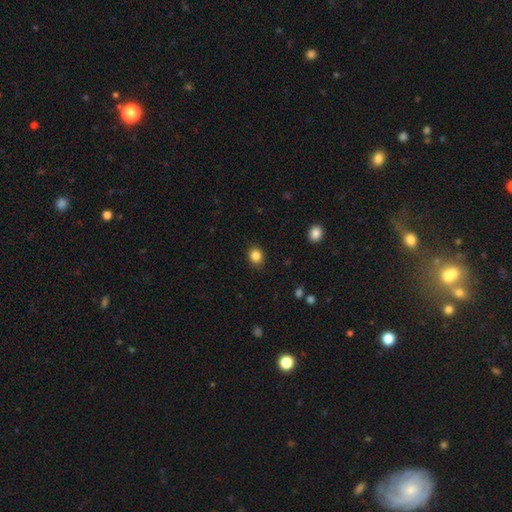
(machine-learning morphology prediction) This is clearly a smooth galaxy (85%). How rounded: likely round (67%). Merging: clearly none (85%).